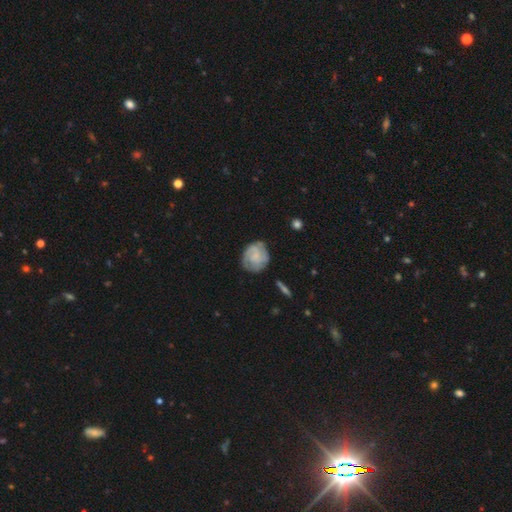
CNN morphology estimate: Q: Smooth or featured?
A: featured or disk (62%); runner-up: smooth (31%)
Q: Edge-on disk?
A: no (98%); runner-up: yes (2%)
Q: Bar?
A: no (61%); runner-up: weak (33%)
Q: Spiral arms?
A: yes (89%); runner-up: no (11%)
Q: Spiral winding?
A: tight (55%); runner-up: medium (34%)
Q: Spiral arm count?
A: 2 (45%); runner-up: can't tell (25%)
Q: Bulge size?
A: none (45%); runner-up: small (31%)
Q: Merging?
A: none (72%); runner-up: minor disturbance (19%)